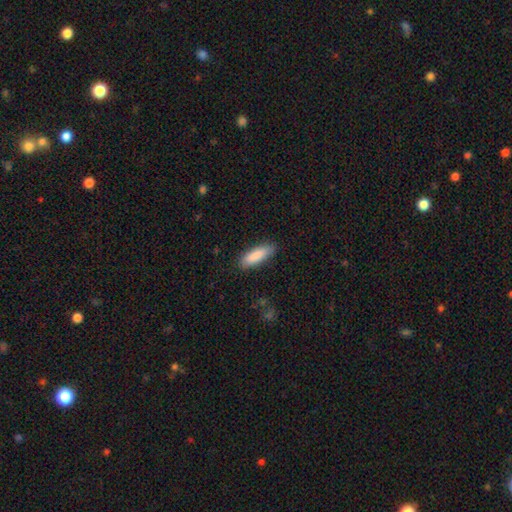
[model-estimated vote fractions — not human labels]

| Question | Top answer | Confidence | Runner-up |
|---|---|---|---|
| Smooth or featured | smooth | 87% | featured or disk (7%) |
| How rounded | cigar-shaped | 50% | in between (48%) |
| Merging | none | 86% | minor disturbance (10%) |